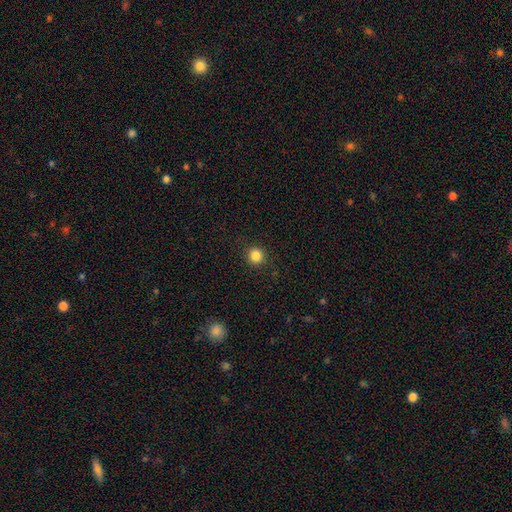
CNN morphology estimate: smooth_or_featured: smooth (p=0.84) [alt: star or artifact p=0.12]
how_rounded: round (p=0.93) [alt: in between p=0.06]
merging: none (p=0.92) [alt: minor disturbance p=0.05]